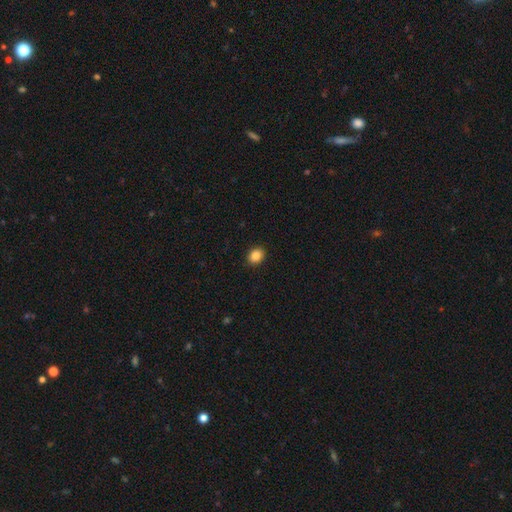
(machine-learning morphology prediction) This is clearly a smooth galaxy (87%). How rounded: possibly round (53%). Merging: clearly none (92%).